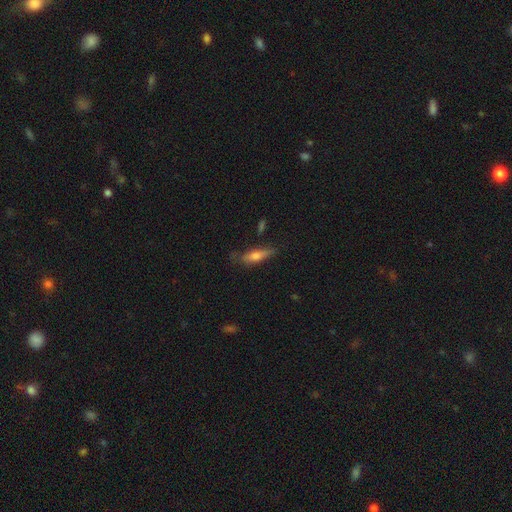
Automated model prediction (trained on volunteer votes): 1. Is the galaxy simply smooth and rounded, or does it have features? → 59% smooth, 34% featured or disk, 7% star or artifact.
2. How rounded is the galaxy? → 58% cigar-shaped, 39% in between, 3% round.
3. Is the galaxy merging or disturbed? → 68% none, 23% minor disturbance, 6% major disturbance, 3% merger.